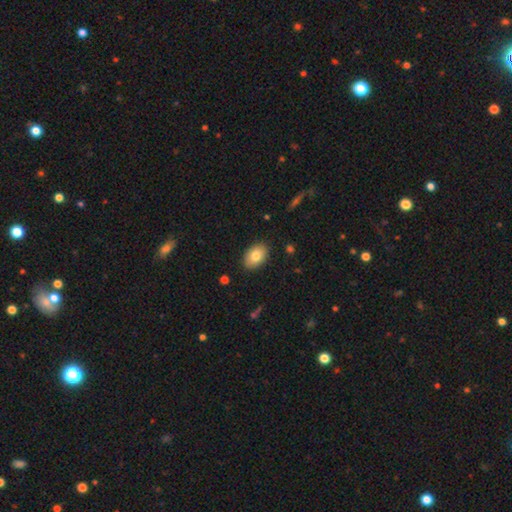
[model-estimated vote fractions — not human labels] Smooth or featured? smooth (80%)
How rounded? in between (86%)
Merging? none (88%)